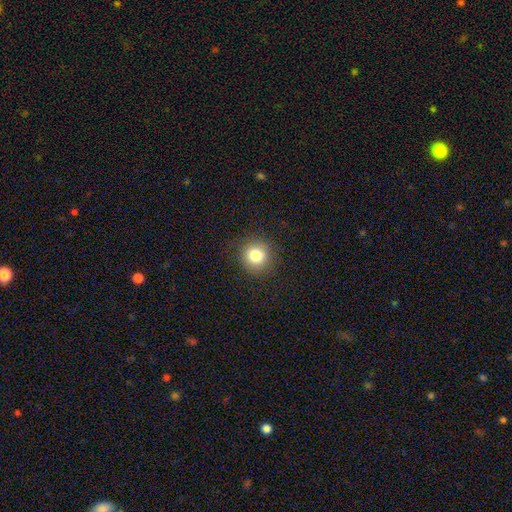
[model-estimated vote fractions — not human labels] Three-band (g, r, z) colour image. It shows a smooth galaxy with no disk features (81%) that is round (92%). Merging: none (90%).